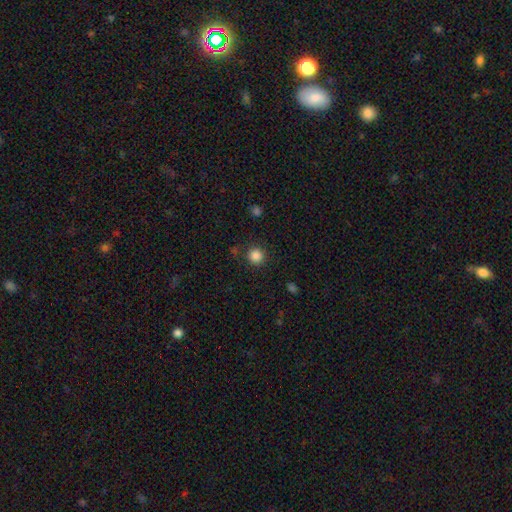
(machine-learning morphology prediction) Smooth or featured?
  - smooth: 85% *
  - star or artifact: 12%
  - featured or disk: 3%
How rounded?
  - round: 94% *
  - in between: 5%
  - cigar-shaped: 1%
Merging?
  - none: 87% *
  - minor disturbance: 8%
  - major disturbance: 3%
  - merger: 3%